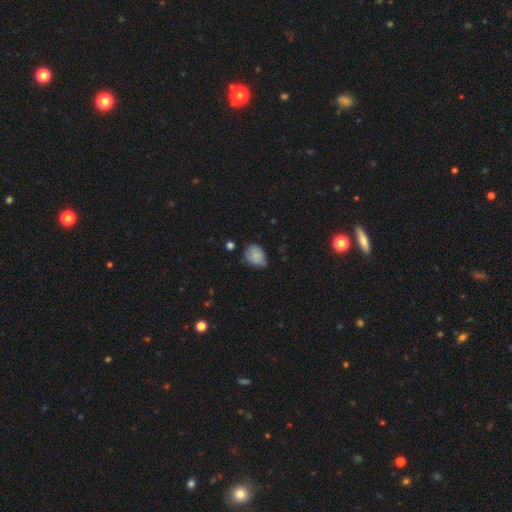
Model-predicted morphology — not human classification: A smooth galaxy with no disk features (76%) that is in between round and cigar-shaped (52%). Merging: none (51%).